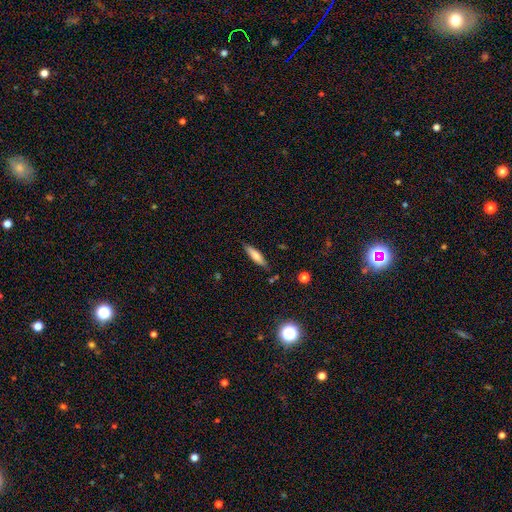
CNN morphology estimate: Smooth or featured?
  - smooth: 67% *
  - featured or disk: 26%
  - star or artifact: 7%
How rounded?
  - cigar-shaped: 72% *
  - in between: 26%
  - round: 2%
Merging?
  - none: 83% *
  - minor disturbance: 12%
  - major disturbance: 2%
  - merger: 2%